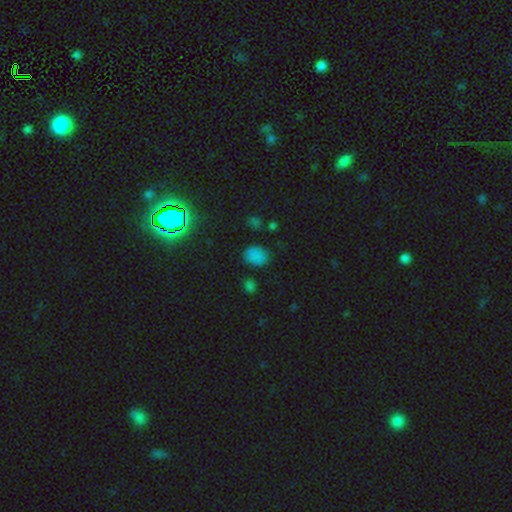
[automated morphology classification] Q: Smooth or featured?
A: smooth (69%); runner-up: star or artifact (25%)
Q: How rounded?
A: in between (67%); runner-up: round (32%)
Q: Merging?
A: none (76%); runner-up: minor disturbance (16%)